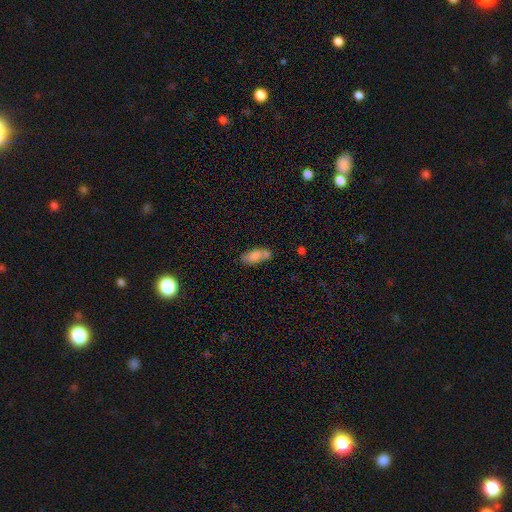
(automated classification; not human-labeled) This is likely a smooth galaxy (73%). How rounded: clearly in between (83%). Merging: possibly none (59%).